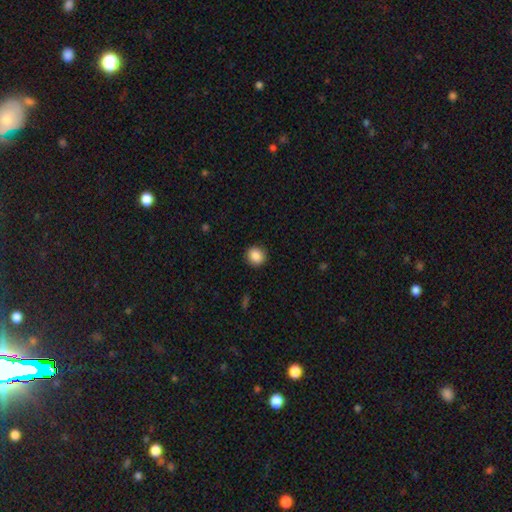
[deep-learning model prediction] Smooth or featured? Predicted: smooth (p=0.88). How rounded? Predicted: round (p=0.88). Merging? Predicted: none (p=0.91).